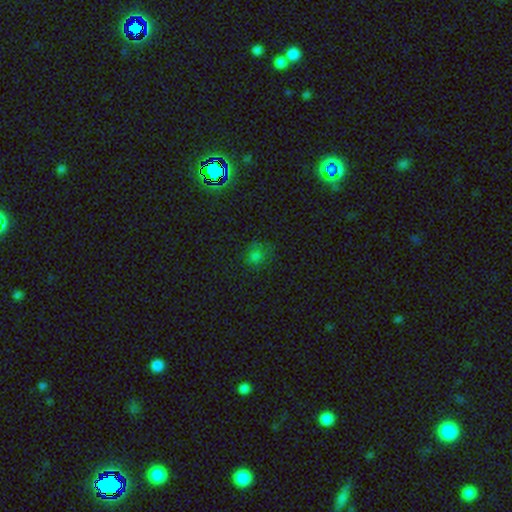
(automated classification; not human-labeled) smooth_or_featured: smooth (p=0.61) [alt: star or artifact p=0.31]
how_rounded: round (p=0.76) [alt: in between p=0.23]
merging: none (p=0.64) [alt: minor disturbance p=0.21]